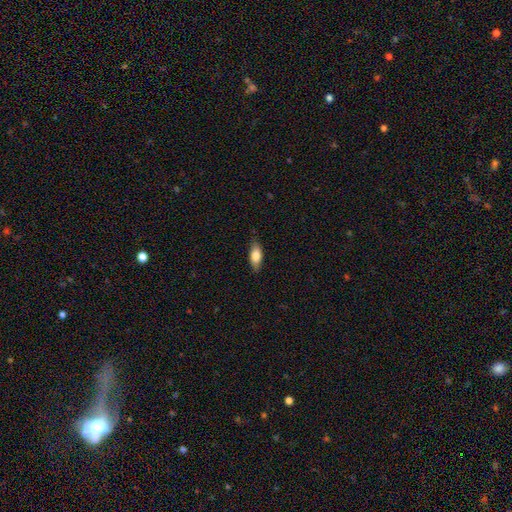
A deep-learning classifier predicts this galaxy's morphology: This appears to be a smooth galaxy with no disk features (78%) that is in between round and cigar-shaped (78%). Merging: none (82%).